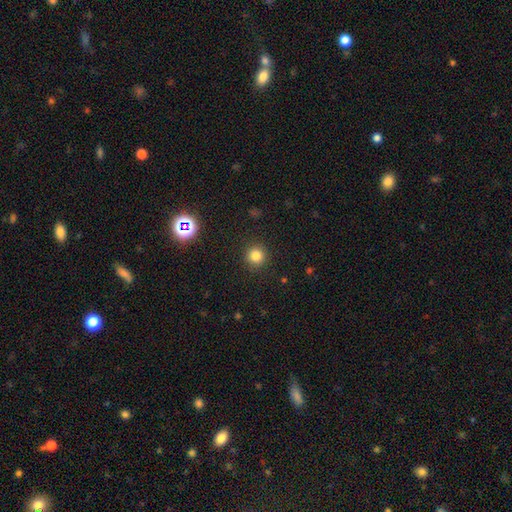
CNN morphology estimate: A smooth galaxy with no disk features (81%) that is round (95%). Merging: none (91%).